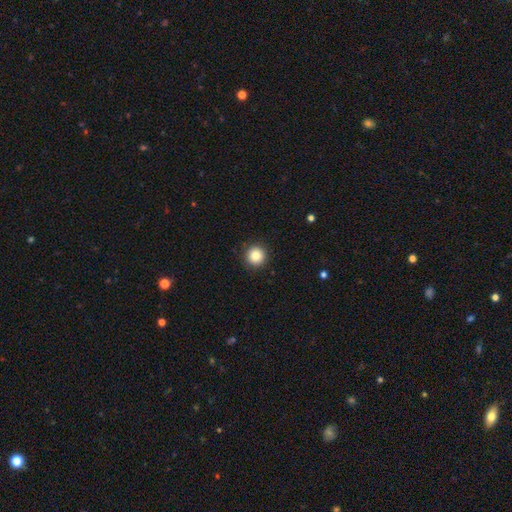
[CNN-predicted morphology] Smooth or featured: smooth — 85% (star or artifact — 10%)
How rounded: round — 95% (in between — 4%)
Merging: none — 92% (minor disturbance — 5%)